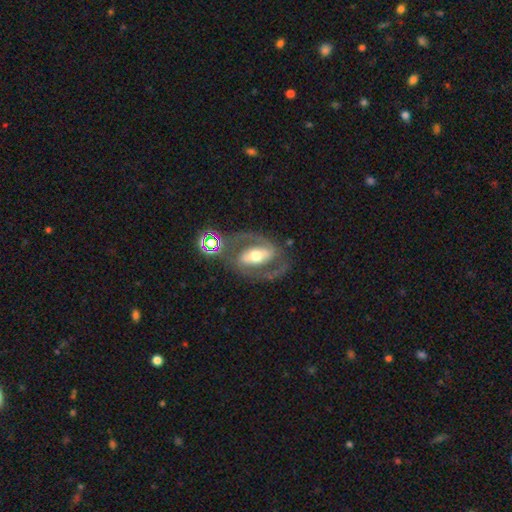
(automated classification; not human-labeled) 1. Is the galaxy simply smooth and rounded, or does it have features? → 79% featured or disk, 14% smooth, 7% star or artifact.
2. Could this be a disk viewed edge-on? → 94% no, 6% yes.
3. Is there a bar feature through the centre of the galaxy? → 53% strong, 26% weak, 21% no.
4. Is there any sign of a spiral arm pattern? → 81% yes, 19% no.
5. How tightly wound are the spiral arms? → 53% medium, 24% tight, 23% loose.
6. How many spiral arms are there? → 87% 2, 6% can't tell, 4% 1, 1% 3, 1% 4, 1% more than 4.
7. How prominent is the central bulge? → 65% moderate, 17% small, 15% large, 2% dominant, 1% none.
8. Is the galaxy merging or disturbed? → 67% none, 15% minor disturbance, 12% major disturbance, 6% merger.